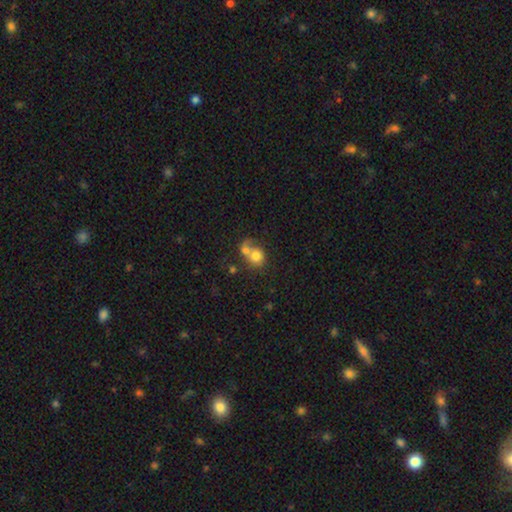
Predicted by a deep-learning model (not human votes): Q: Smooth or featured?
A: smooth (73%); runner-up: featured or disk (18%)
Q: How rounded?
A: round (72%); runner-up: in between (27%)
Q: Merging?
A: merger (59%); runner-up: none (25%)